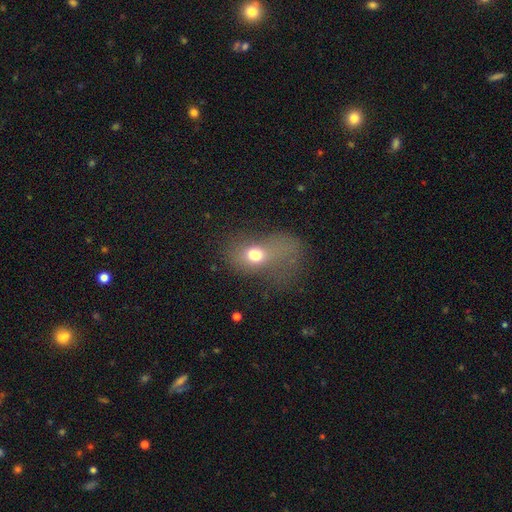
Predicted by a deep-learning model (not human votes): Smooth or featured?
  - smooth: 63% *
  - featured or disk: 22%
  - star or artifact: 15%
How rounded?
  - in between: 72% *
  - round: 25%
  - cigar-shaped: 3%
Merging?
  - major disturbance: 51% *
  - none: 23%
  - minor disturbance: 20%
  - merger: 6%